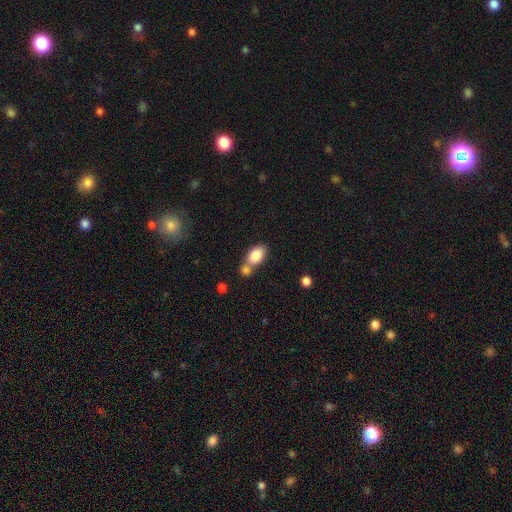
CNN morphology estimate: The model was most divided on "merging": none: 43%, merger: 41%, minor disturbance: 11%, major disturbance: 4%. More confident: how rounded — in between (87%); smooth or featured — smooth (83%).